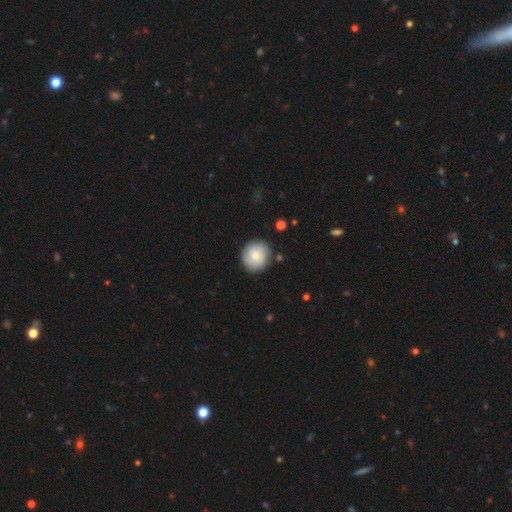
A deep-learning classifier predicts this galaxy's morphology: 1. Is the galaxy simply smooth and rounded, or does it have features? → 71% smooth, 22% featured or disk, 7% star or artifact.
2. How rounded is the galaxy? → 89% round, 10% in between, 1% cigar-shaped.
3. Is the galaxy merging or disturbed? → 84% none, 11% minor disturbance, 3% major disturbance, 2% merger.